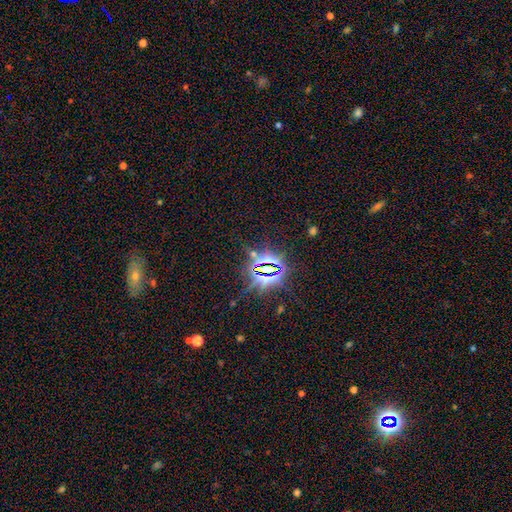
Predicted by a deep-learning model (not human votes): This is clearly a star or artifact rather than a galaxy (83%).